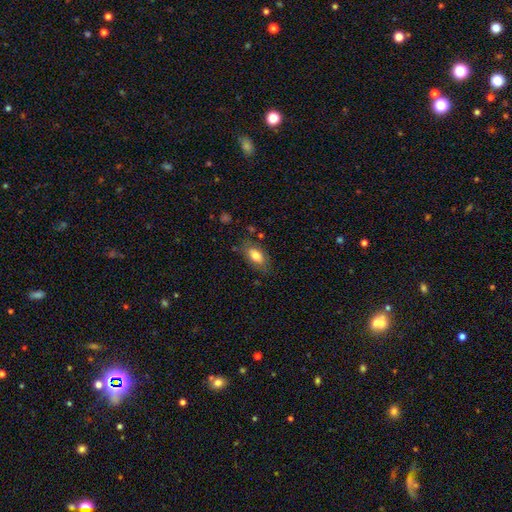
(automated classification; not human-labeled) A smooth galaxy with no disk features (76%) that is in between round and cigar-shaped (89%). Merging: none (74%).